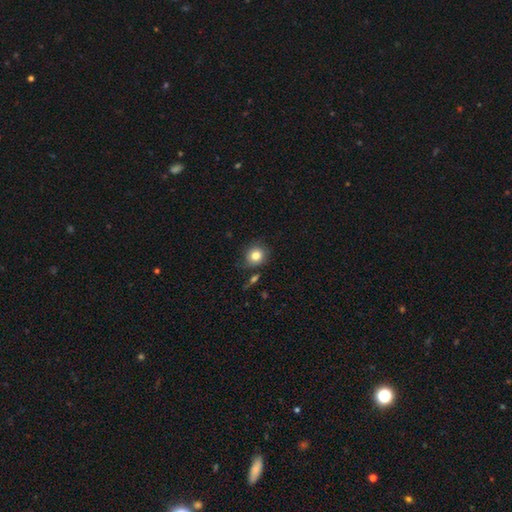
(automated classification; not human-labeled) Smooth or featured? Predicted: smooth (p=0.82). How rounded? Predicted: round (p=0.84). Merging? Predicted: none (p=0.78).